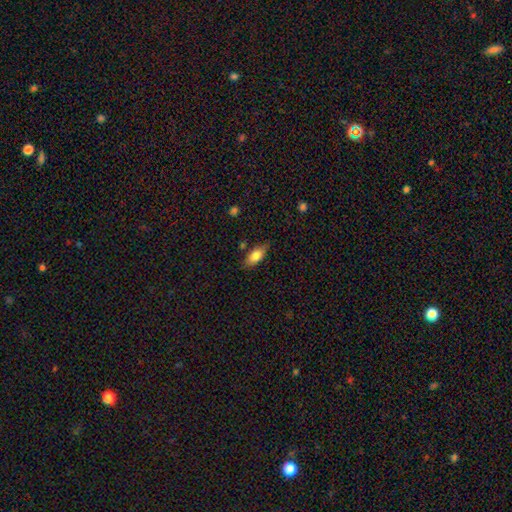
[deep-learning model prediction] A smooth galaxy with no disk features (79%) that is in between round and cigar-shaped (82%). Merging: none (76%).